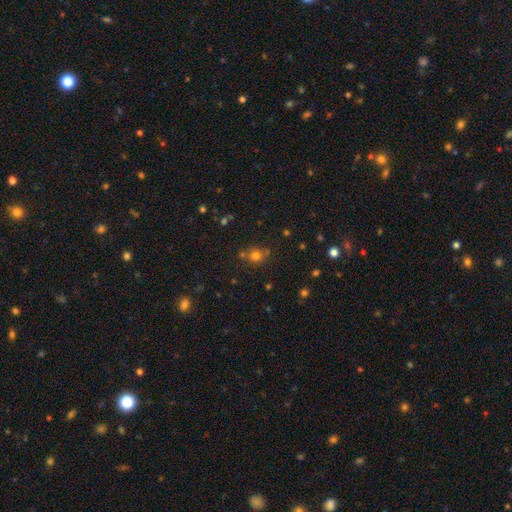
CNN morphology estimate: Overall: smooth (72%). How rounded: round (82%). Merging: none (68%).